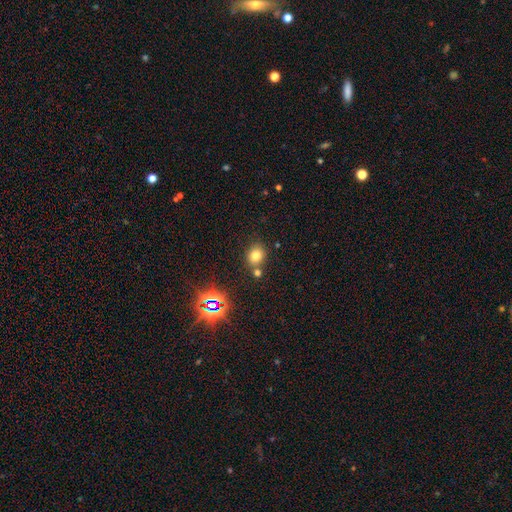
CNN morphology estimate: Smooth or featured: smooth — 73% (star or artifact — 18%)
How rounded: round — 64% (in between — 35%)
Merging: none — 68% (merger — 18%)